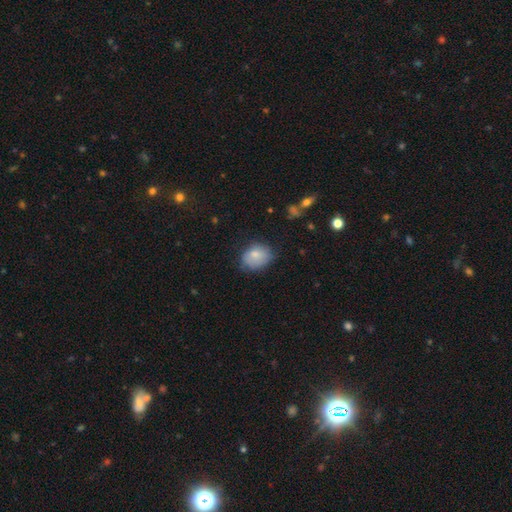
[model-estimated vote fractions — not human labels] This is likely a smooth galaxy (79%). How rounded: possibly in between (58%). Merging: likely none (60%).